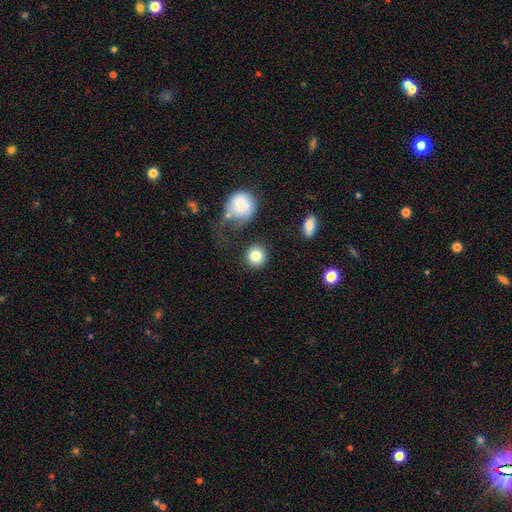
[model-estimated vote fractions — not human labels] smooth 83%, star or artifact 9%, featured or disk 8%. Down the decision tree: how rounded — round (90%); merging — none (82%).